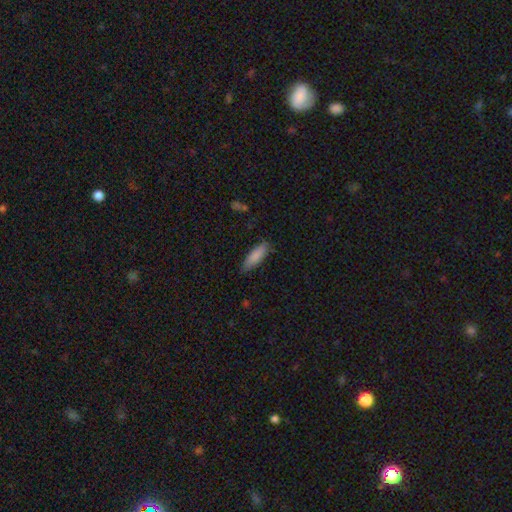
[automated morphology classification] Q: Smooth or featured?
A: smooth (85%); runner-up: featured or disk (9%)
Q: How rounded?
A: in between (52%); runner-up: cigar-shaped (46%)
Q: Merging?
A: none (79%); runner-up: minor disturbance (17%)